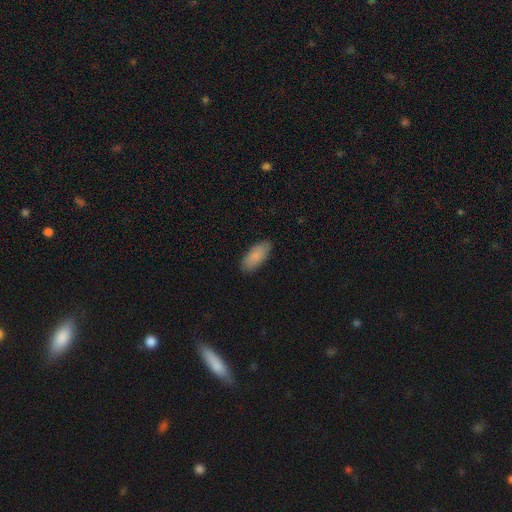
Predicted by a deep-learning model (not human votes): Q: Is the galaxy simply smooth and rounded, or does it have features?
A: smooth — 85%.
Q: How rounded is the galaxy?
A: in between — 85%.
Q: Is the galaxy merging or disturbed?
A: none — 86%.